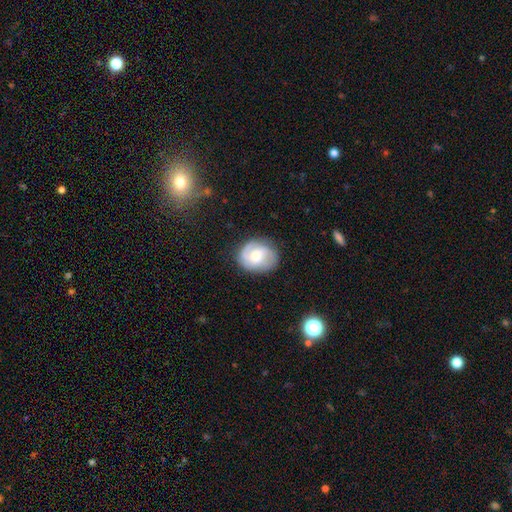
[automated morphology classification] Smooth or featured? featured or disk (73%)
Edge-on disk? no (98%)
Bar? no (55%)
Spiral arms? yes (94%)
Spiral winding? tight (43%, tied with medium)
Spiral arm count? 2 (57%)
Bulge size? moderate (58%)
Merging? none (78%)